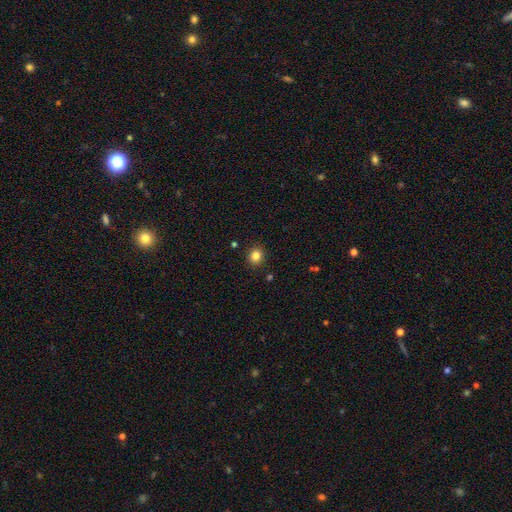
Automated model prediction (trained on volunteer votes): smooth-or-featured: smooth: 83% | star or artifact: 11% | featured or disk: 5%
  how-rounded: round: 79% | in between: 20% | cigar-shaped: 1%
  merging: none: 90% | minor disturbance: 7% | major disturbance: 2% | merger: 2%